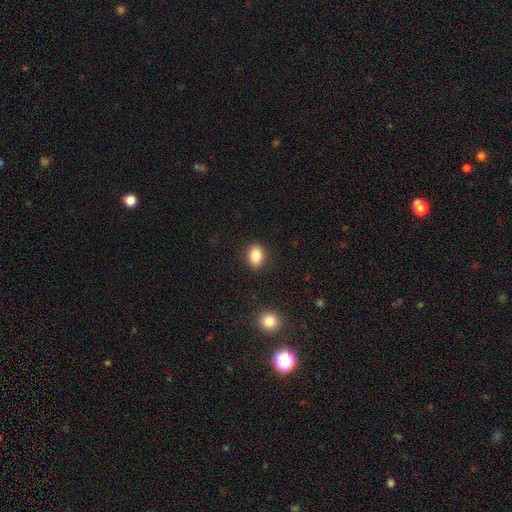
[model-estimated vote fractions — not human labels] This is clearly a smooth galaxy (86%). How rounded: likely in between (73%). Merging: clearly none (88%).